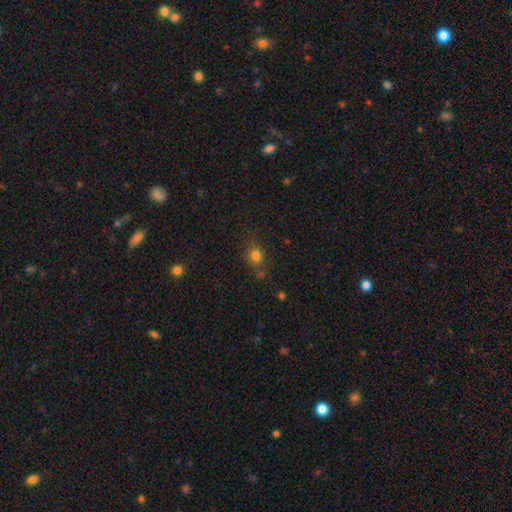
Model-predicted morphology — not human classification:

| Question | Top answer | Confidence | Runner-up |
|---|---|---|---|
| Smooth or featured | smooth | 77% | star or artifact (16%) |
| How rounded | round | 75% | in between (23%) |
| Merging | none | 71% | minor disturbance (15%) |